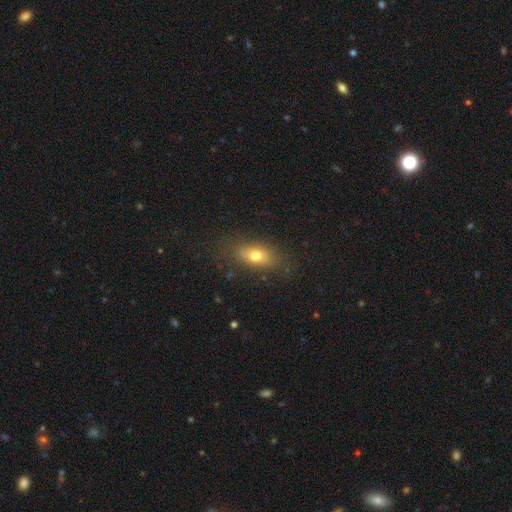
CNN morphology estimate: A smooth galaxy with no disk features (72%) that is in between round and cigar-shaped (79%). Merging: none (78%).